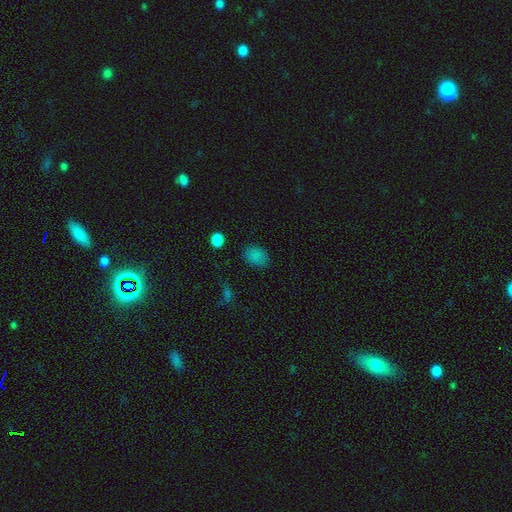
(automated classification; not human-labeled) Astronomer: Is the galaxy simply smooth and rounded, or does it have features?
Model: smooth — 82%.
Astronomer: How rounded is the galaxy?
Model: in between — 65%.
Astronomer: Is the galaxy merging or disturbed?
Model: none — 81%.